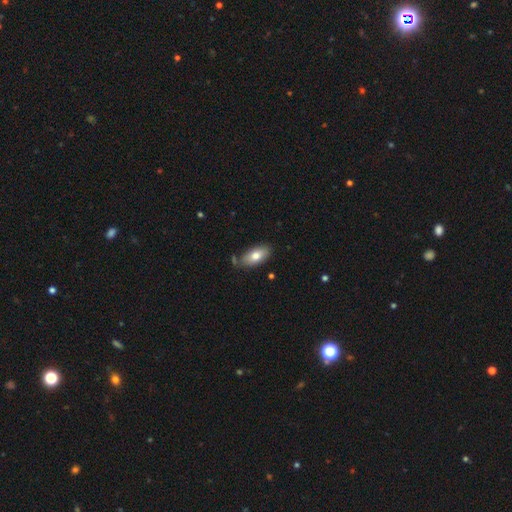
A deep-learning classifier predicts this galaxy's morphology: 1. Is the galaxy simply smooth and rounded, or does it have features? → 75% smooth, 19% featured or disk, 6% star or artifact.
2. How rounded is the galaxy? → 91% in between, 7% cigar-shaped, 3% round.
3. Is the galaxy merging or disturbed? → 76% none, 16% minor disturbance, 5% merger, 3% major disturbance.